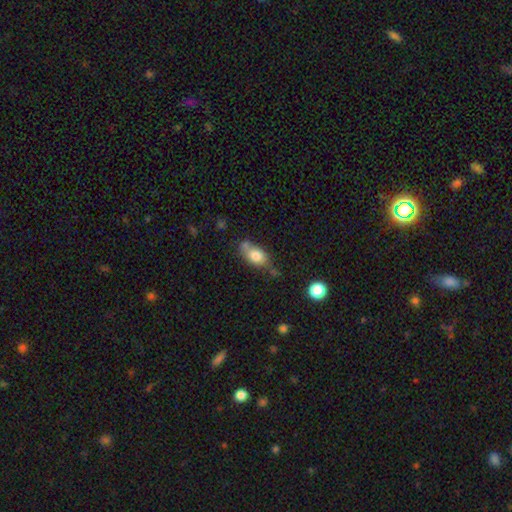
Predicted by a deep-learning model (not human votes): A smooth galaxy with no disk features (77%) that is in between round and cigar-shaped (83%). Merging: none (45%).